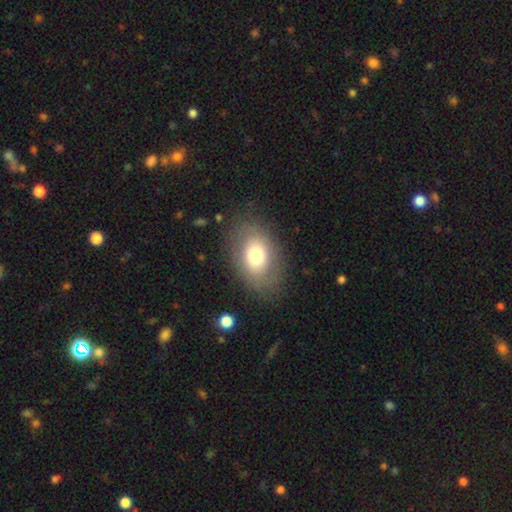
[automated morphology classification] The model was most divided on "smooth or featured": smooth: 71%, featured or disk: 20%, star or artifact: 10%. More confident: how rounded — in between (81%); merging — none (80%).